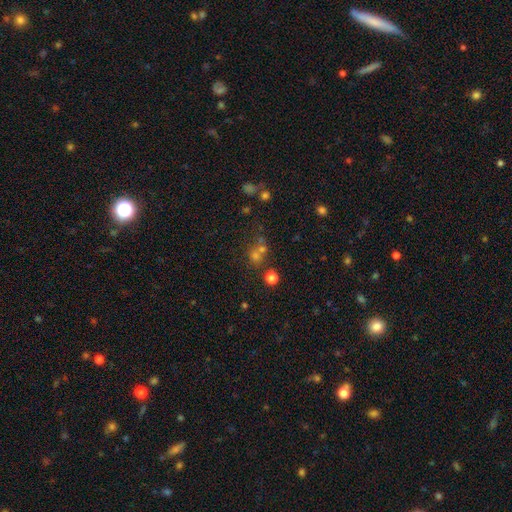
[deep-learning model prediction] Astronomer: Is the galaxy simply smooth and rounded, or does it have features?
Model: smooth — 52% (runner-up: star or artifact, 36%).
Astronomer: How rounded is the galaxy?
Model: round — 85%.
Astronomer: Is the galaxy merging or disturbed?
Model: none — 53% (runner-up: merger, 34%).